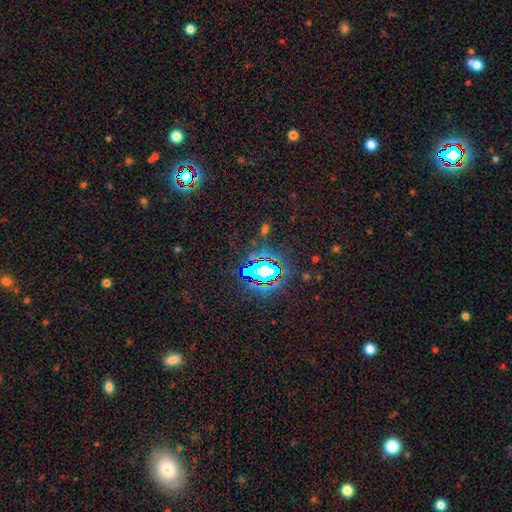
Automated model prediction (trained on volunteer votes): smooth-or-featured: star or artifact: 82% | smooth: 11% | featured or disk: 7%